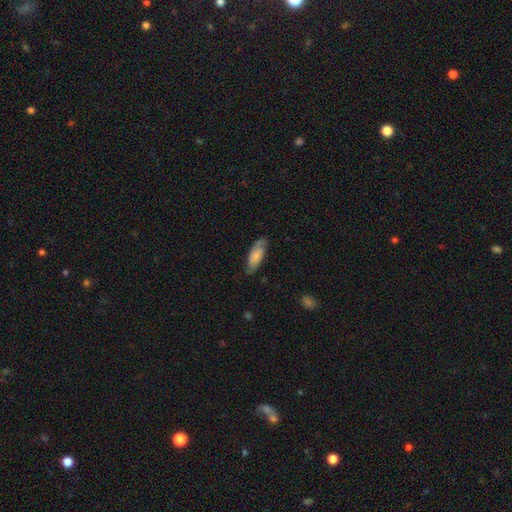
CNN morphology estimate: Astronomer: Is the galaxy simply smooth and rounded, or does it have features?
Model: smooth — 66%.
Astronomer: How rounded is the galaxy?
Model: in between — 70%.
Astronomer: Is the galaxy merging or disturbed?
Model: none — 72%.